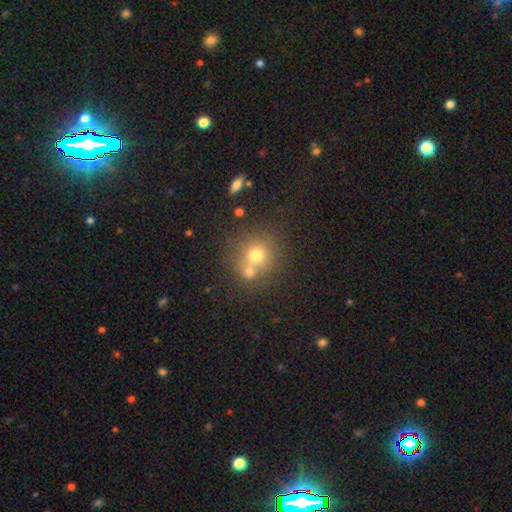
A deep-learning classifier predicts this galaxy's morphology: Overall: smooth (70%). How rounded: round (87%). Merging: none (52%; merger 36%).